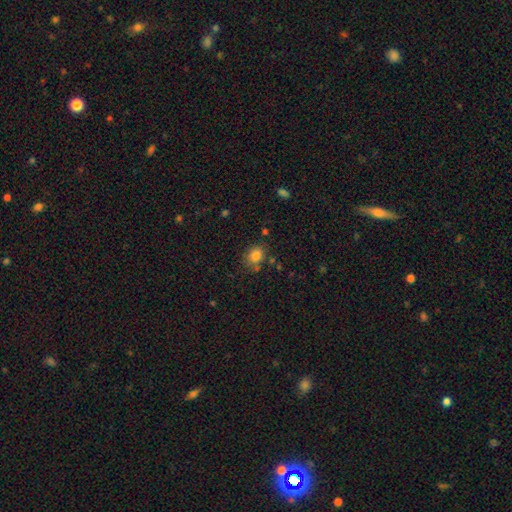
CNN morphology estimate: Smooth or featured? smooth (82%)
How rounded? in between (51%)
Merging? none (72%)